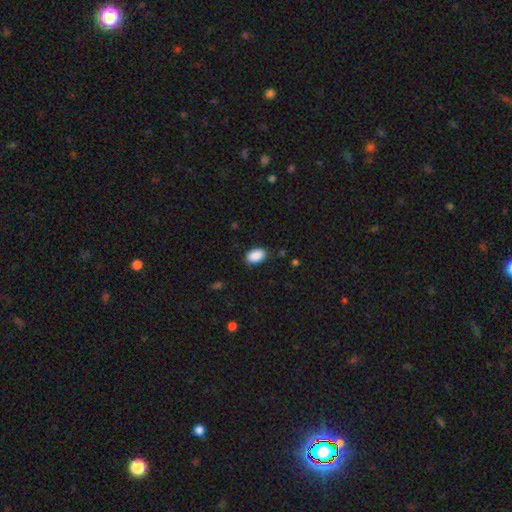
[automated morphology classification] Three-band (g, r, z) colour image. It shows a smooth galaxy with no disk features (90%) that is in between round and cigar-shaped (90%). Merging: none (86%).